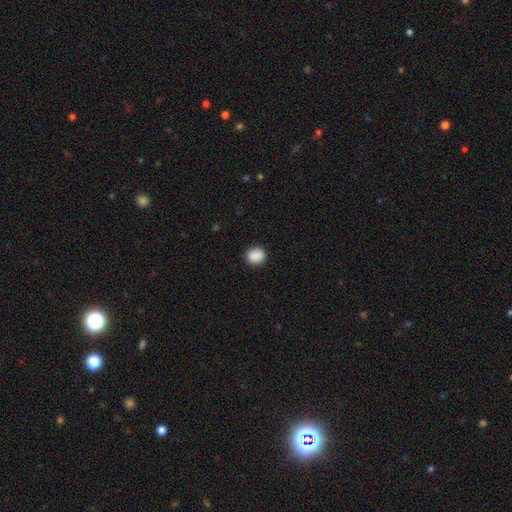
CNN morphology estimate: This is clearly a smooth galaxy (89%). How rounded: likely round (78%). Merging: clearly none (90%).